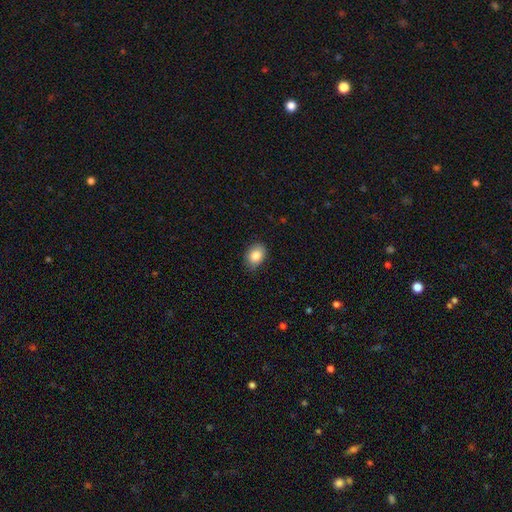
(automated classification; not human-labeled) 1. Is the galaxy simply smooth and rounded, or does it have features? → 85% smooth, 8% star or artifact, 7% featured or disk.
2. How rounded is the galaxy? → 71% in between, 28% round, 1% cigar-shaped.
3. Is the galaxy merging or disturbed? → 83% none, 14% minor disturbance, 2% major disturbance, 1% merger.